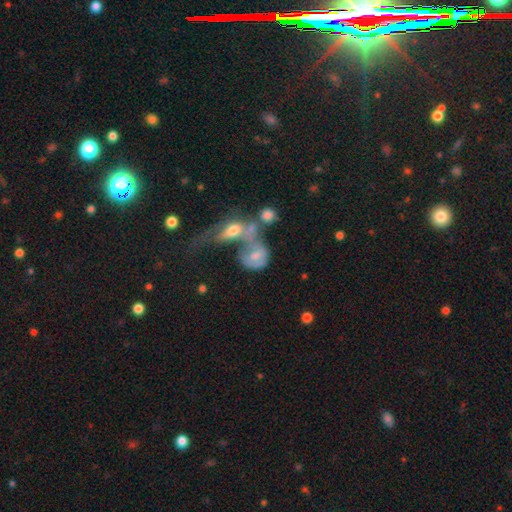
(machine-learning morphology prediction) Smooth or featured?
  - smooth: 48% *
  - featured or disk: 41%
  - star or artifact: 11%
Merging?
  - merger: 61% *
  - major disturbance: 18%
  - none: 13%
  - minor disturbance: 8%